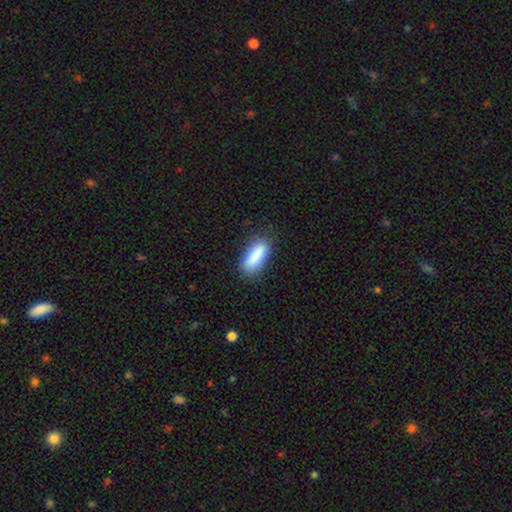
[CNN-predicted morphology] Q: Smooth or featured?
A: smooth (84%); runner-up: featured or disk (9%)
Q: How rounded?
A: in between (59%); runner-up: cigar-shaped (39%)
Q: Merging?
A: none (80%); runner-up: minor disturbance (15%)